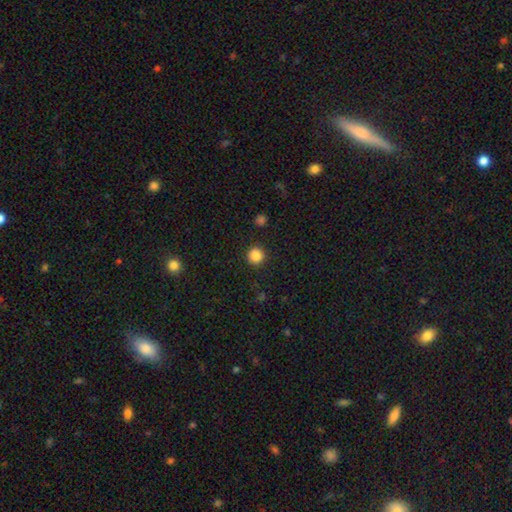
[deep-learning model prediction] This appears to be a smooth galaxy with no disk features (86%) that is round (95%). Merging: none (91%).